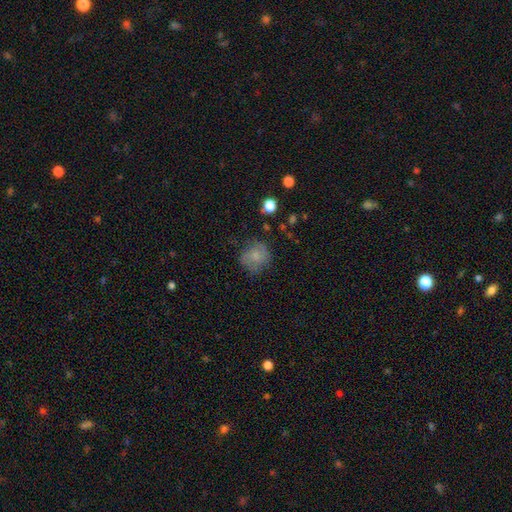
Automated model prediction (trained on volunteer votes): Smooth or featured? smooth (60%)
How rounded? round (81%)
Merging? none (65%)